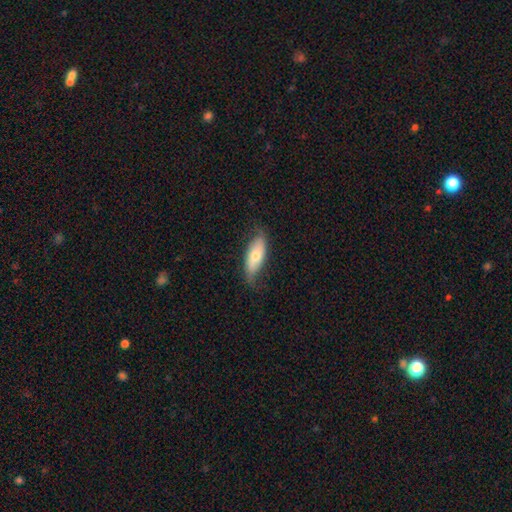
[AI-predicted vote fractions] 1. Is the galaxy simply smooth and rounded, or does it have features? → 56% smooth, 38% featured or disk, 6% star or artifact.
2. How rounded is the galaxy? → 71% in between, 26% cigar-shaped, 3% round.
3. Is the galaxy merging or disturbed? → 69% none, 24% minor disturbance, 6% major disturbance, 1% merger.